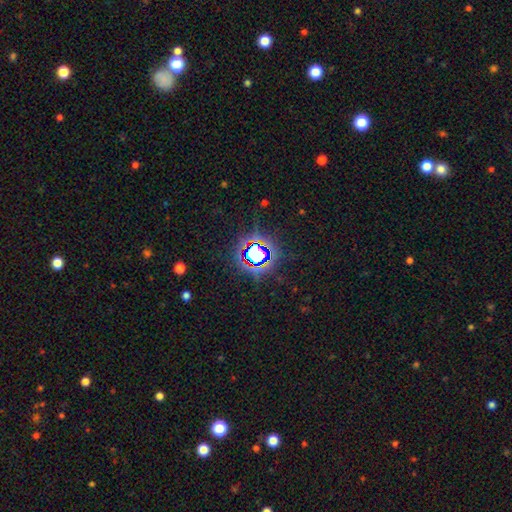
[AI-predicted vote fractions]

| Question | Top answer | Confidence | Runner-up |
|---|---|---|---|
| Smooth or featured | star or artifact | 75% | smooth (16%) |